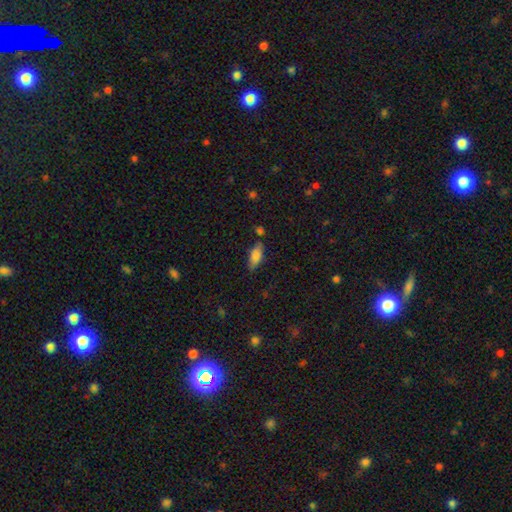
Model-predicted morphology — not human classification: Q: Smooth or featured?
A: smooth (80%); runner-up: featured or disk (13%)
Q: How rounded?
A: in between (80%); runner-up: cigar-shaped (18%)
Q: Merging?
A: none (76%); runner-up: minor disturbance (15%)